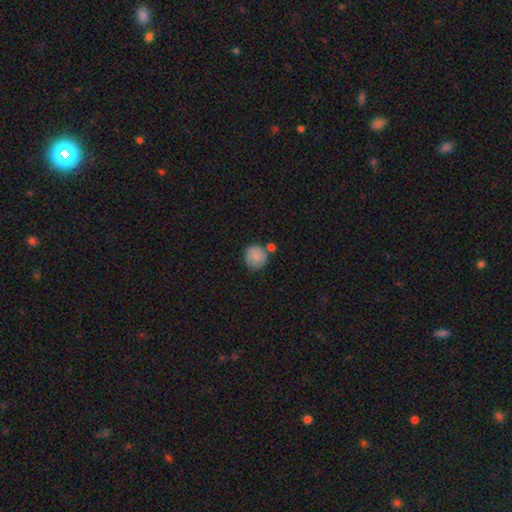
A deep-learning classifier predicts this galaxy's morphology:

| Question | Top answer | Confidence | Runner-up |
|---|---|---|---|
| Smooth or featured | smooth | 85% | star or artifact (8%) |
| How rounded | round | 89% | in between (10%) |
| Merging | none | 67% | minor disturbance (15%) |